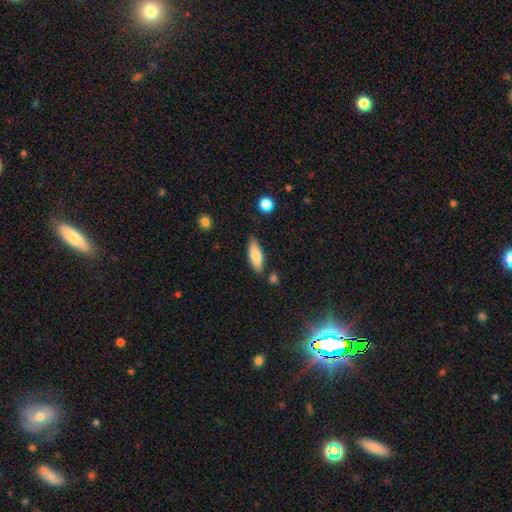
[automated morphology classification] Smooth or featured? Predicted: smooth (p=0.77). How rounded? Predicted: in between (p=0.67). Merging? Predicted: none (p=0.79).